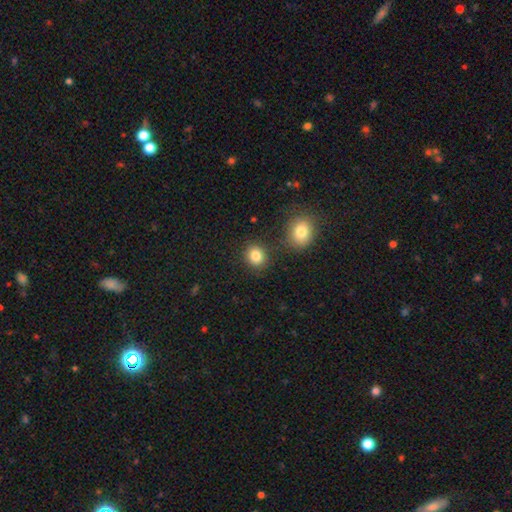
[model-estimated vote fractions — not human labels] This appears to be a smooth galaxy with no disk features (83%) that is round (76%). Merging: none (83%).